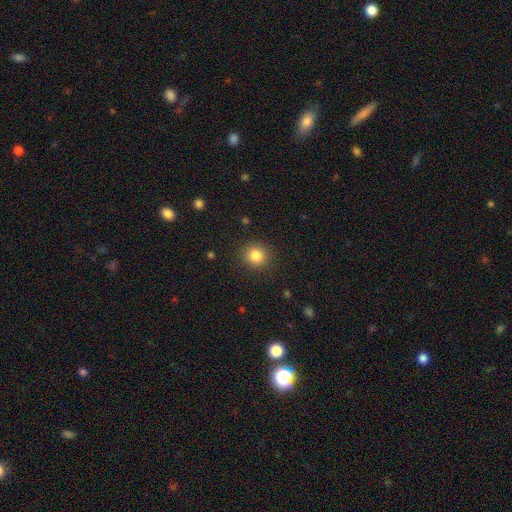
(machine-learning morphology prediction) Overall: smooth (84%). How rounded: round (88%). Merging: none (90%).